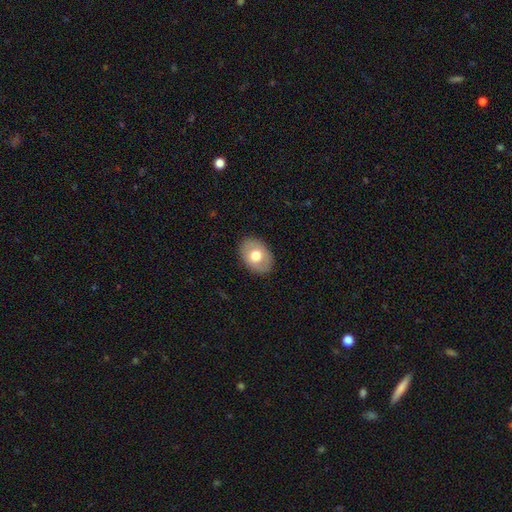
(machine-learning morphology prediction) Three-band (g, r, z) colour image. It shows a smooth galaxy with no disk features (68%) that is in between round and cigar-shaped (74%). Merging: none (87%).